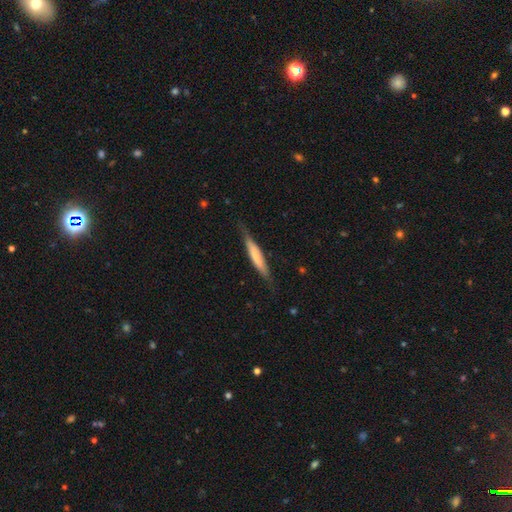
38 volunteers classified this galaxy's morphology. smooth-or-featured: smooth: 66% | featured or disk: 32% | star or artifact: 3%
  how-rounded: cigar-shaped: 96% | in between: 4% | round: 0%
  merging: none: 86% | minor disturbance: 11% | merger: 3% | major disturbance: 0%